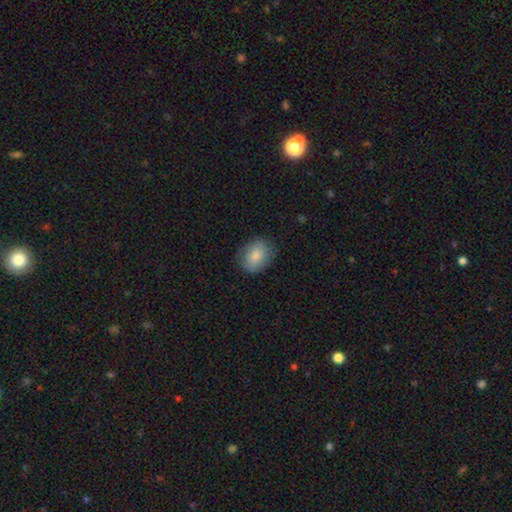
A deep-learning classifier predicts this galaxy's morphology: smooth_or_featured: smooth (p=0.81) [alt: featured or disk p=0.12]
how_rounded: in between (p=0.58) [alt: round p=0.41]
merging: none (p=0.79) [alt: minor disturbance p=0.16]